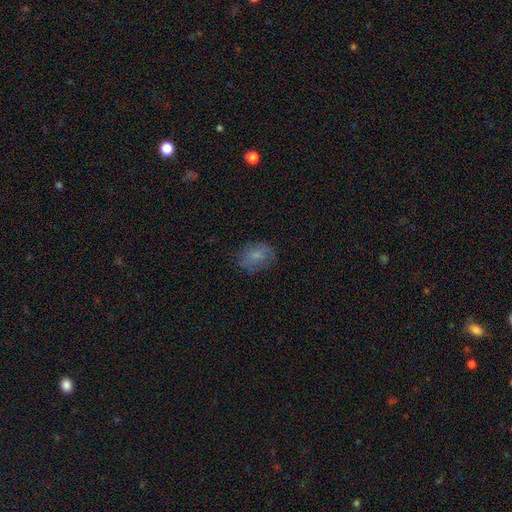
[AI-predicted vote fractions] smooth 68%, featured or disk 22%, star or artifact 10%. Down the decision tree: how rounded — in between (59%); merging — none (69%).